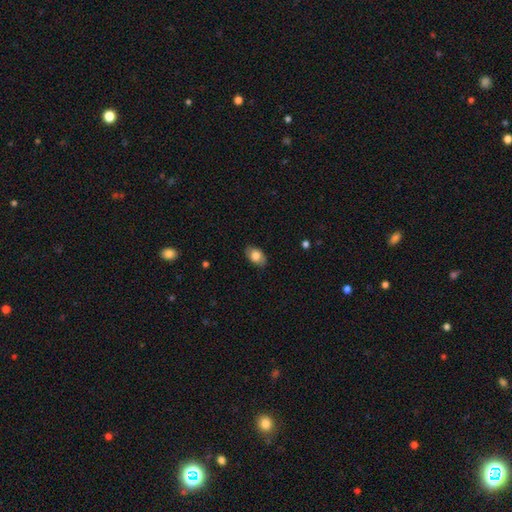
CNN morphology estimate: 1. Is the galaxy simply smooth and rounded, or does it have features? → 78% smooth, 15% featured or disk, 7% star or artifact.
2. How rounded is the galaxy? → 89% in between, 9% round, 1% cigar-shaped.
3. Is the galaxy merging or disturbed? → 84% none, 12% minor disturbance, 3% major disturbance, 1% merger.